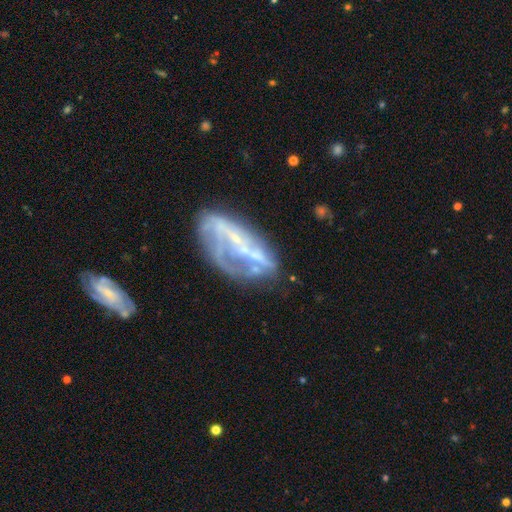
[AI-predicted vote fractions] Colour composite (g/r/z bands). It shows a featured or disk galaxy (68%) with no bar (48%), no spiral arms (58%) and no central bulge (41%). Merging: none (36%).